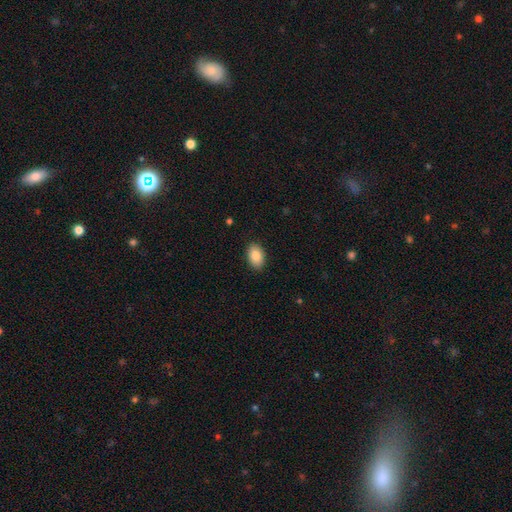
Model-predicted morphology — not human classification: This appears to be a smooth galaxy with no disk features (86%) that is in between round and cigar-shaped (89%). Merging: none (89%).